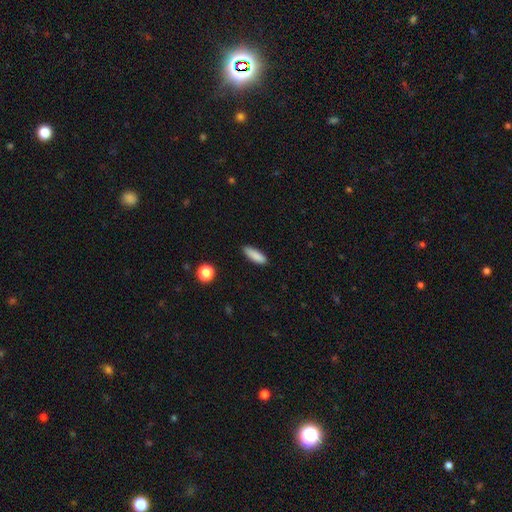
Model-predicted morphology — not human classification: A smooth galaxy with no disk features (88%) that is in between round and cigar-shaped (53%).

Vote fractions:
- Smooth or featured? smooth: 88% / star or artifact: 7% / featured or disk: 5%
- How rounded? in between: 53% / cigar-shaped: 45% / round: 2%
- Merging? none: 85% / minor disturbance: 11% / major disturbance: 2% / merger: 1%